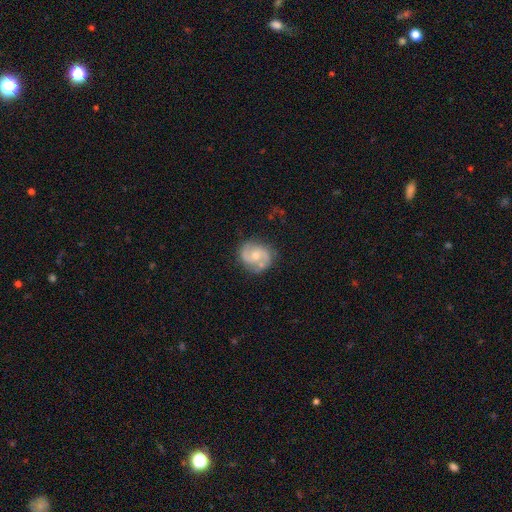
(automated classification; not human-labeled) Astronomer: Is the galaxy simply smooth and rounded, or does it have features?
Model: featured or disk — 78%.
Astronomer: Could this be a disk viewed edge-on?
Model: no — 98%.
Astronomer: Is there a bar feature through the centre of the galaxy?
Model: no — 60%.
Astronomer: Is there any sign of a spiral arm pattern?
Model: yes — 94%.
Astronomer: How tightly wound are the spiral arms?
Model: medium — 53%.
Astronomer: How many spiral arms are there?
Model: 2 — 89%.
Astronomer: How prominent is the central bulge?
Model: moderate — 57% (runner-up: small, 36%).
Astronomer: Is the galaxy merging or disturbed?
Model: none — 75%.